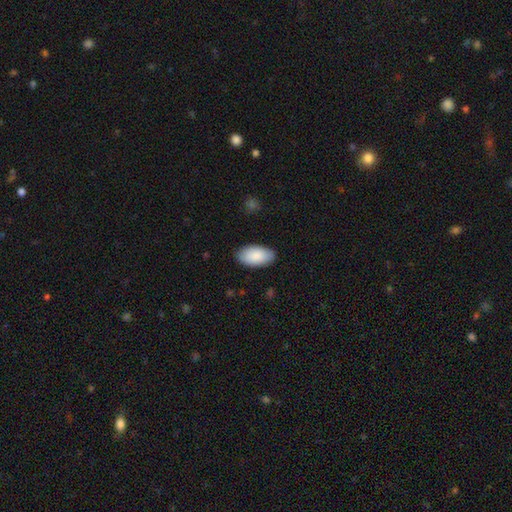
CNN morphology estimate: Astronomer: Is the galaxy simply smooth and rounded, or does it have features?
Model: smooth — 89%.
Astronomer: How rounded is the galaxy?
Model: in between — 96%.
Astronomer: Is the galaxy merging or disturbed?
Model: none — 86%.